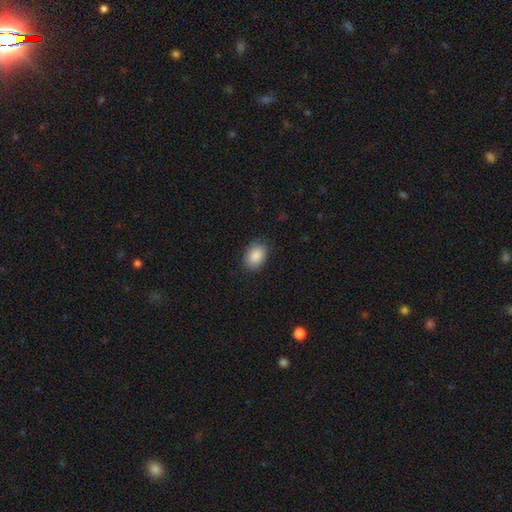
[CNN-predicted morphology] Q: Smooth or featured?
A: smooth (89%); runner-up: star or artifact (7%)
Q: How rounded?
A: in between (80%); runner-up: round (19%)
Q: Merging?
A: none (81%); runner-up: minor disturbance (15%)